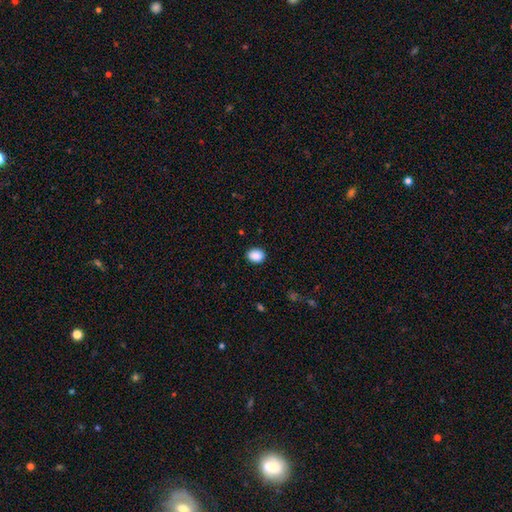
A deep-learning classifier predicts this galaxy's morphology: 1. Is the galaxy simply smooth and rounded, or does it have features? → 89% smooth, 8% star or artifact, 3% featured or disk.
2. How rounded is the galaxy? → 50% in between, 49% round, 1% cigar-shaped.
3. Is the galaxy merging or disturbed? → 89% none, 8% minor disturbance, 2% major disturbance, 1% merger.